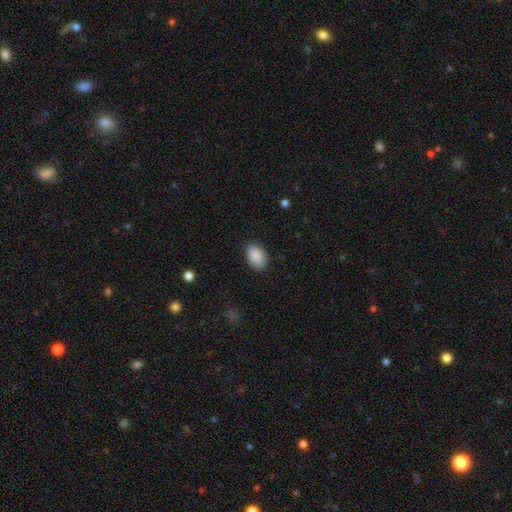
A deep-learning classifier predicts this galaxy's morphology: A smooth galaxy with no disk features (90%) that is in between round and cigar-shaped (86%). Merging: none (83%).